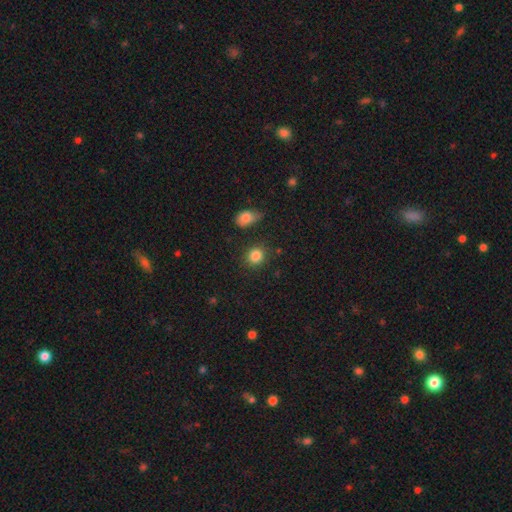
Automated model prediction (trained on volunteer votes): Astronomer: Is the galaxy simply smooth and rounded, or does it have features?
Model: smooth — 85%.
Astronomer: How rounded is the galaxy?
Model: round — 78%.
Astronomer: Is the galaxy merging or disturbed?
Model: none — 84%.